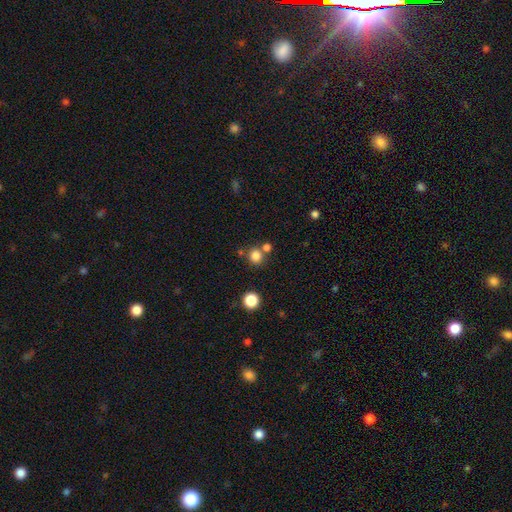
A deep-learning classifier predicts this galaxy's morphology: smooth 80%, star or artifact 14%, featured or disk 6%. Down the decision tree: how rounded — round (89%); merging — none (70%).